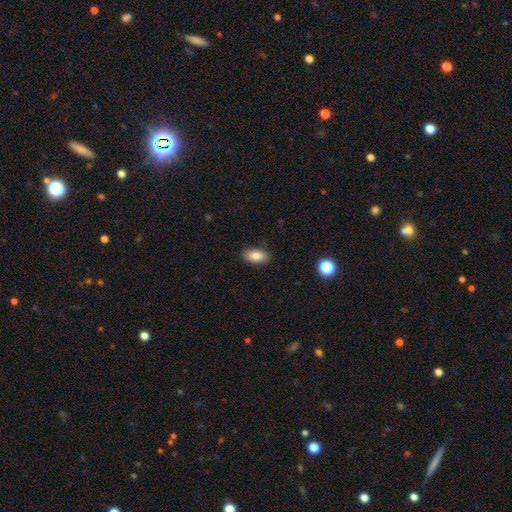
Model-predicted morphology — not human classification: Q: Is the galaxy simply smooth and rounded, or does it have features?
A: smooth — 84%.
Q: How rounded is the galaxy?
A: in between — 89%.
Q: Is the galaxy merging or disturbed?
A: none — 87%.